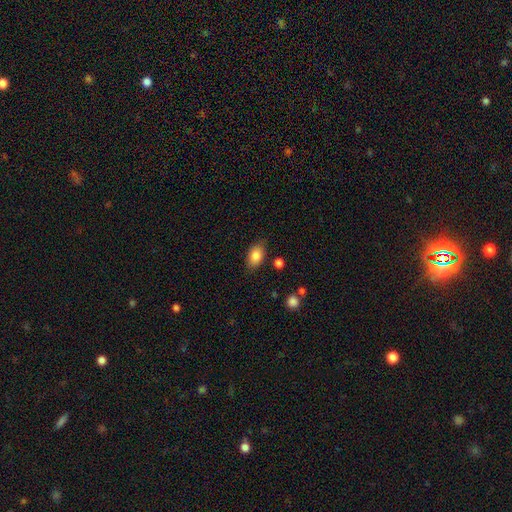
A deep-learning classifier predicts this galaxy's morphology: smooth-or-featured: smooth: 85% | featured or disk: 8% | star or artifact: 8%
  how-rounded: in between: 87% | round: 11% | cigar-shaped: 2%
  merging: none: 80% | minor disturbance: 14% | major disturbance: 3% | merger: 2%